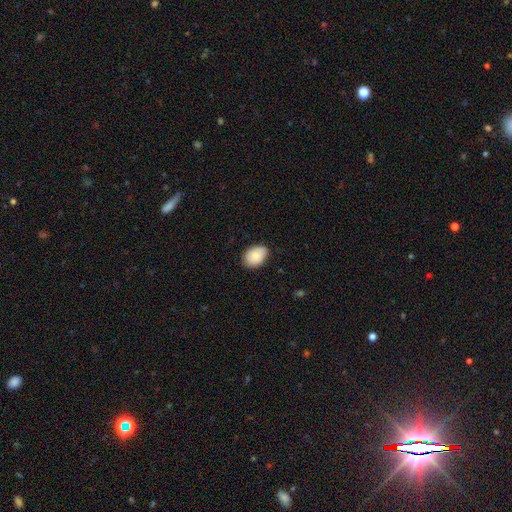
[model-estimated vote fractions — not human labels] This appears to be a smooth galaxy with no disk features (81%) that is in between round and cigar-shaped (76%). Merging: none (75%).